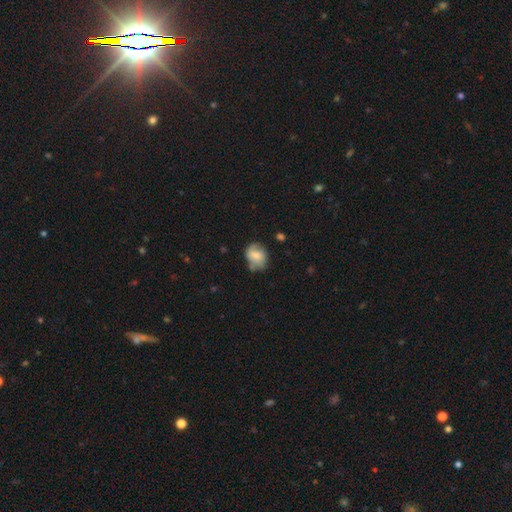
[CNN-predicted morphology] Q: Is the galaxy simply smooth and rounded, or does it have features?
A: smooth — 68%.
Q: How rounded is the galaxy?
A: round — 56%.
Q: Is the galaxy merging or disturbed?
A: none — 57%.